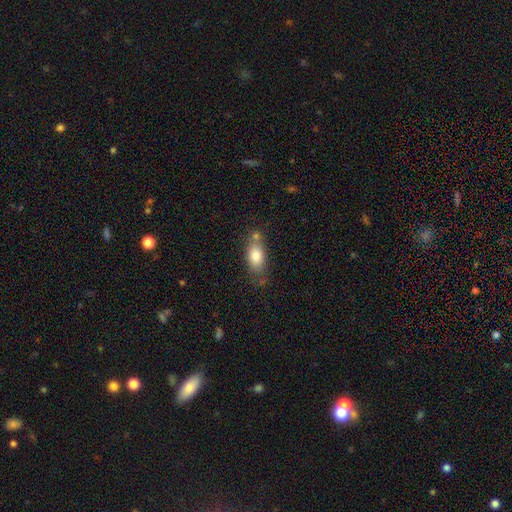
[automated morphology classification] The model was most divided on "merging": none: 60%, minor disturbance: 19%, merger: 16%, major disturbance: 5%. More confident: how rounded — in between (86%); smooth or featured — smooth (79%).